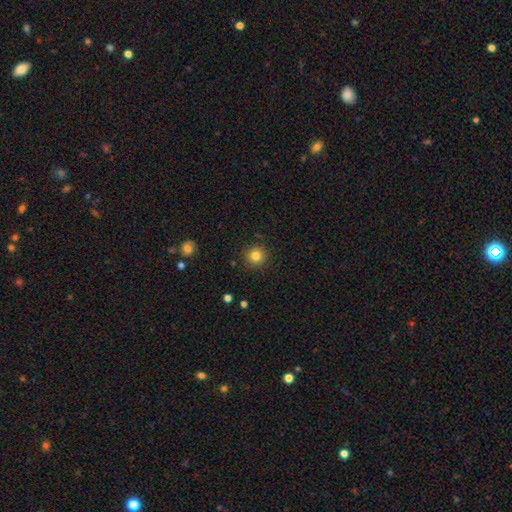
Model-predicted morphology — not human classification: This is clearly a smooth galaxy (82%). How rounded: clearly round (95%). Merging: clearly none (90%).